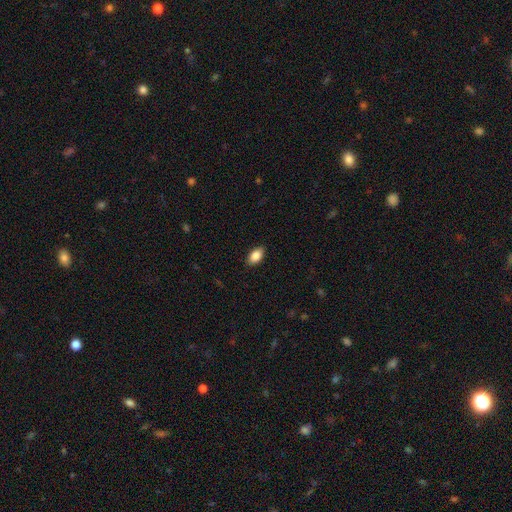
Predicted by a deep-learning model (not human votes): A smooth galaxy with no disk features (87%) that is in between round and cigar-shaped (92%). Merging: none (88%).